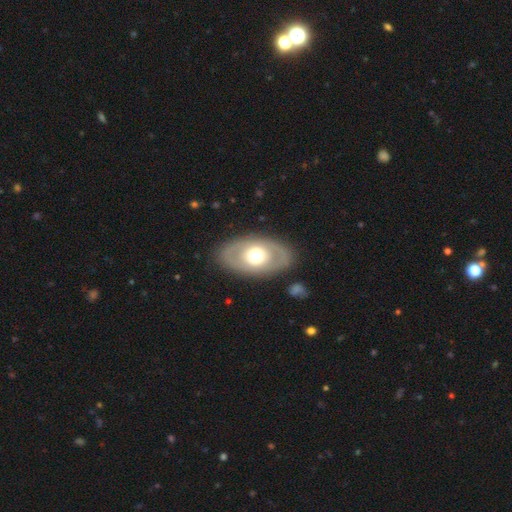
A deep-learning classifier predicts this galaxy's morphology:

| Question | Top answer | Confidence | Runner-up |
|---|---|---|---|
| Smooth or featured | featured or disk | 56% | smooth (39%) |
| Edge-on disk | no | 90% | yes (10%) |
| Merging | none | 84% | minor disturbance (10%) |